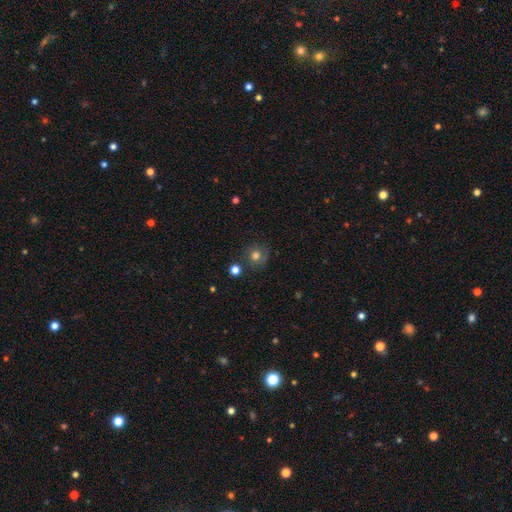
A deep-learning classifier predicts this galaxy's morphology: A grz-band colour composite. It shows a smooth galaxy with no disk features (74%) that is round (89%). Merging: none (76%).